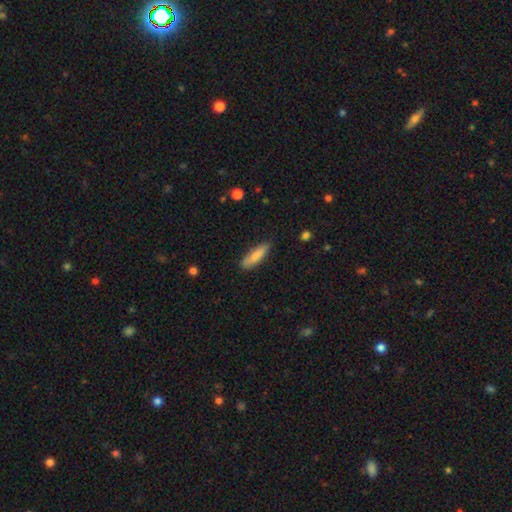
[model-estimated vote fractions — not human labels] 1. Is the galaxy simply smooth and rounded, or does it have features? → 81% smooth, 13% featured or disk, 6% star or artifact.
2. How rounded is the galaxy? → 61% cigar-shaped, 38% in between, 2% round.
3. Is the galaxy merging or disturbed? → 80% none, 16% minor disturbance, 3% major disturbance, 2% merger.